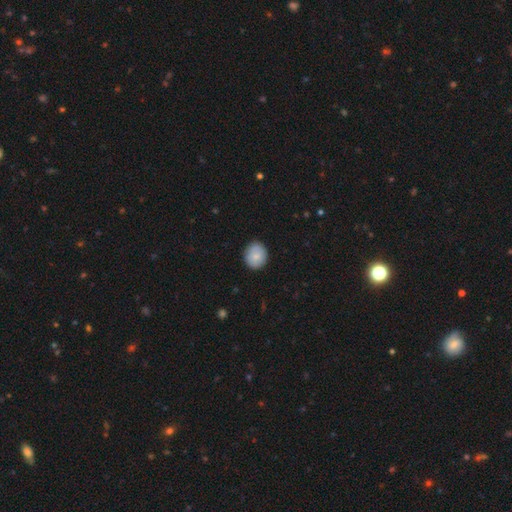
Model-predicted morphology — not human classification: smooth-or-featured: smooth: 83% | featured or disk: 10% | star or artifact: 7%
  how-rounded: round: 72% | in between: 27% | cigar-shaped: 1%
  merging: none: 87% | minor disturbance: 10% | major disturbance: 2% | merger: 1%